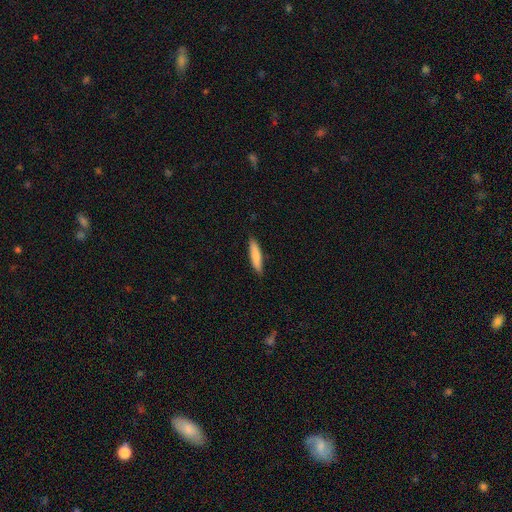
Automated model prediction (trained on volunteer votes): A smooth galaxy with no disk features (84%) that is cigar-shaped (84%).

Vote fractions:
- Smooth or featured? smooth: 84% / featured or disk: 11% / star or artifact: 5%
- How rounded? cigar-shaped: 84% / in between: 15% / round: 1%
- Merging? none: 88% / minor disturbance: 9% / major disturbance: 2% / merger: 1%